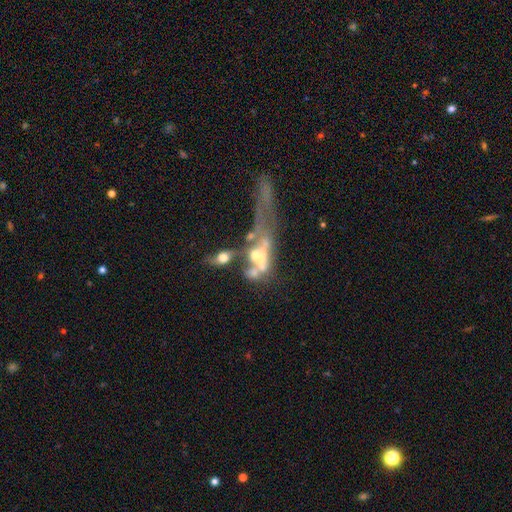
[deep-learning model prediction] Smooth or featured? Predicted: featured or disk (p=0.59). Edge-on disk? Predicted: no (p=0.82). Merging? Predicted: merger (p=0.50).